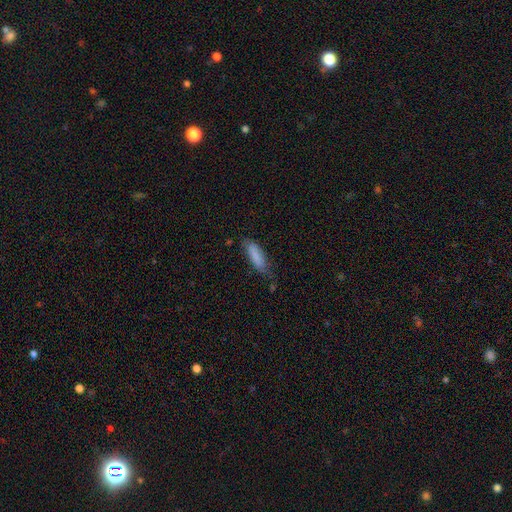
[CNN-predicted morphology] Smooth or featured?
  - smooth: 84% *
  - featured or disk: 10%
  - star or artifact: 6%
How rounded?
  - cigar-shaped: 54% *
  - in between: 45%
  - round: 1%
Merging?
  - none: 63% *
  - minor disturbance: 28%
  - major disturbance: 6%
  - merger: 2%